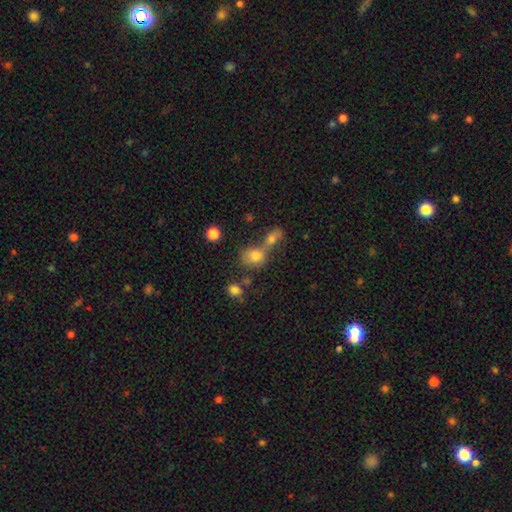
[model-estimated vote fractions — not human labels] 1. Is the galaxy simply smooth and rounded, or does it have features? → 76% smooth, 13% star or artifact, 12% featured or disk.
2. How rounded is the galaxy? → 61% round, 37% in between, 2% cigar-shaped.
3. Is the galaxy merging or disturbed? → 58% merger, 29% none, 8% minor disturbance, 5% major disturbance.